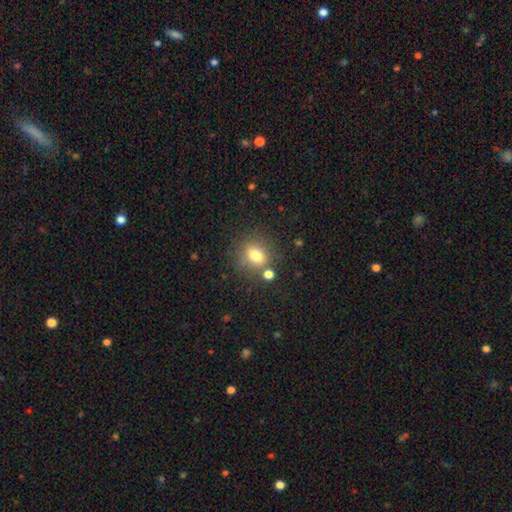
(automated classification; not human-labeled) Morphology: type=smooth (76%); roundness=round (51%); merging=none (69%).